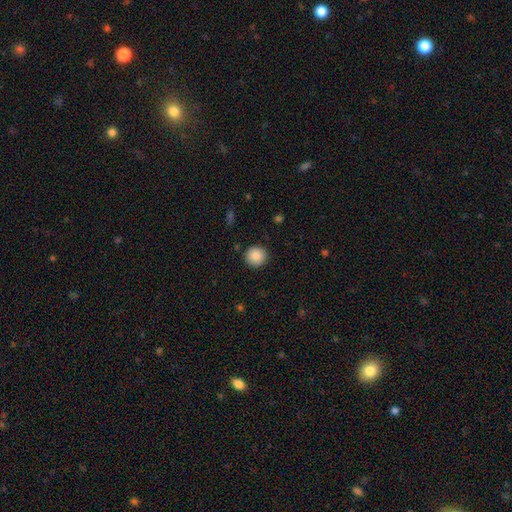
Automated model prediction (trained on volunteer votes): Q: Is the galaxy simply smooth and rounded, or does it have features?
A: smooth — 87%.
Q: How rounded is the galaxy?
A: round — 94%.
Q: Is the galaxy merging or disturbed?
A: none — 90%.